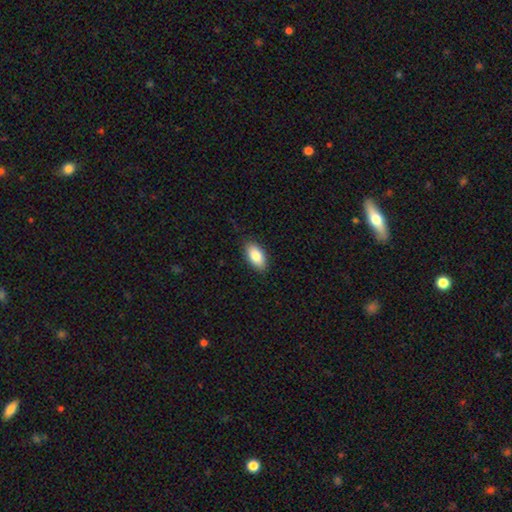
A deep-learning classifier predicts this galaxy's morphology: This is clearly a smooth galaxy (86%). How rounded: clearly in between (93%). Merging: clearly none (86%).